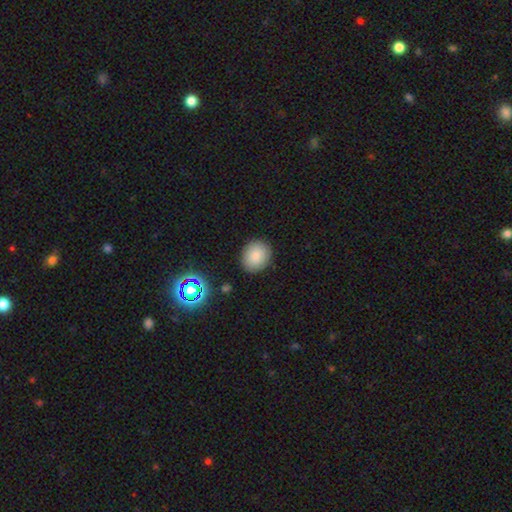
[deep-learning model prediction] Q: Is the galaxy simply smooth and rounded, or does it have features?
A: smooth — 85%.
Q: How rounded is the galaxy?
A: round — 66%.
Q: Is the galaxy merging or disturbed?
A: none — 88%.